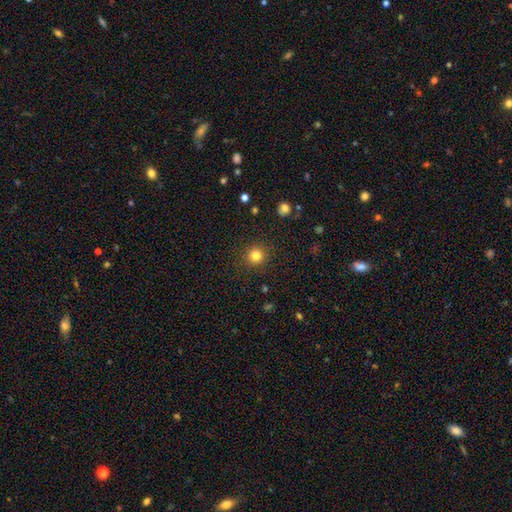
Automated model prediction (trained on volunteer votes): Smooth or featured? smooth (81%)
How rounded? round (94%)
Merging? none (91%)